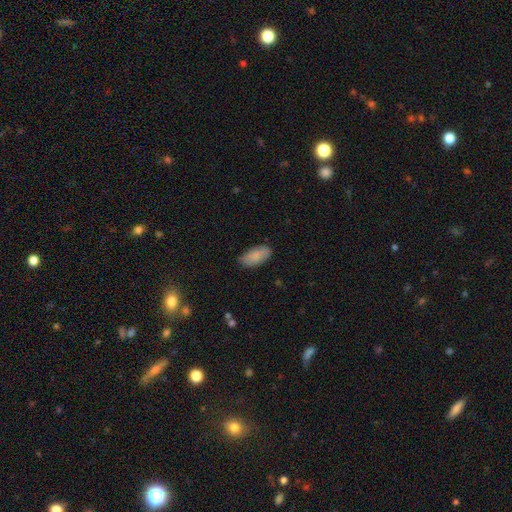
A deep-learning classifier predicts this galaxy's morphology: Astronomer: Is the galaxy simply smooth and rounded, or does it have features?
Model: smooth — 85%.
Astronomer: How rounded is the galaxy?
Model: in between — 92%.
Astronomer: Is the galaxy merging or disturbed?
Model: none — 81%.